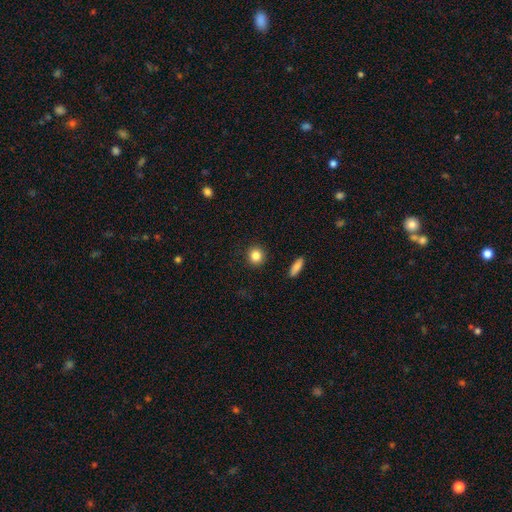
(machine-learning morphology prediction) Q: Smooth or featured?
A: smooth (85%); runner-up: star or artifact (10%)
Q: How rounded?
A: round (89%); runner-up: in between (10%)
Q: Merging?
A: none (91%); runner-up: minor disturbance (6%)